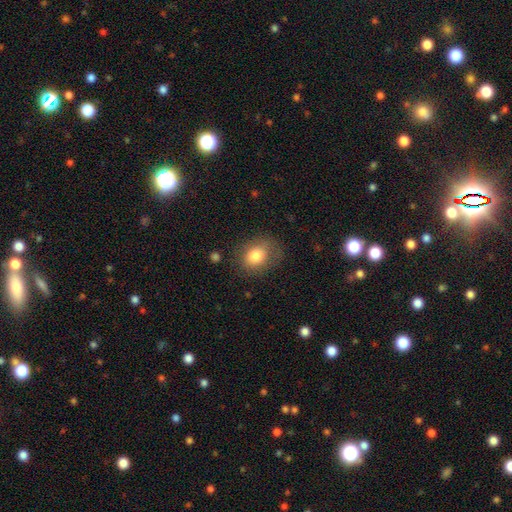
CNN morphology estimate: type=smooth (81%); roundness=in between (59%); merging=none (69%).